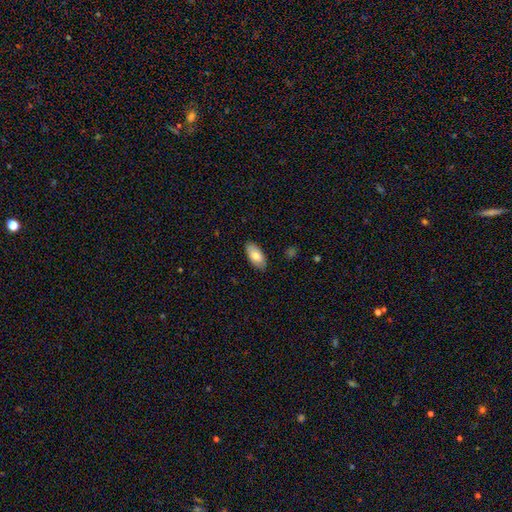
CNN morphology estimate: type=smooth (78%); roundness=in between (93%); merging=none (87%).